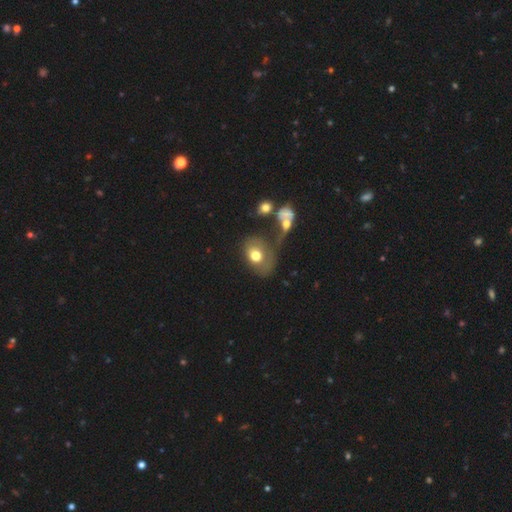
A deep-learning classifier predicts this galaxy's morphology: Smooth or featured? smooth (65%)
How rounded? in between (62%)
Merging? major disturbance (33%)